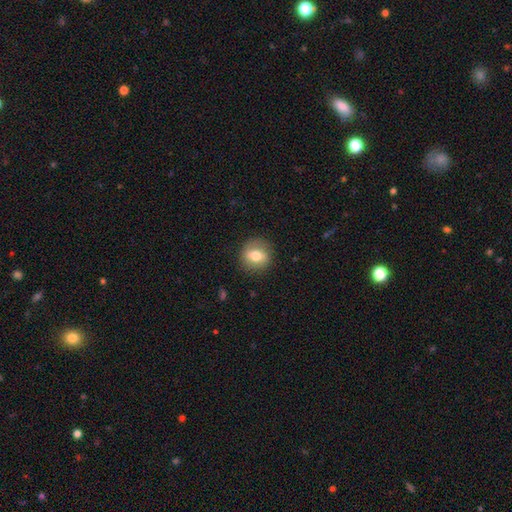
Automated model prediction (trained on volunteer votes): Smooth or featured? smooth (69%)
How rounded? round (79%)
Merging? none (85%)